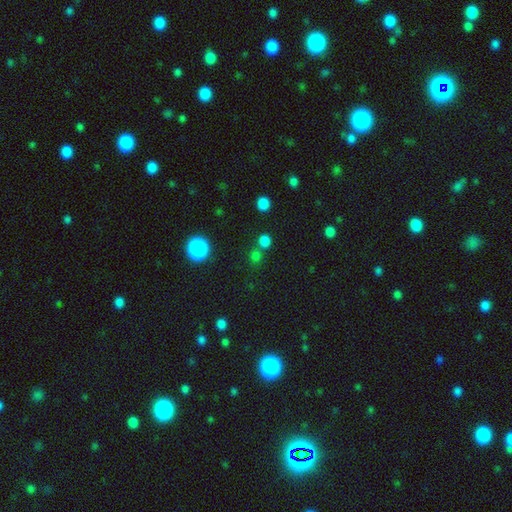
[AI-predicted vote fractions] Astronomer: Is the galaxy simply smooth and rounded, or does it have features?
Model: smooth — 68%.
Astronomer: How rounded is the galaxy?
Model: round — 86%.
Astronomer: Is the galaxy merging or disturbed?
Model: none — 64%.